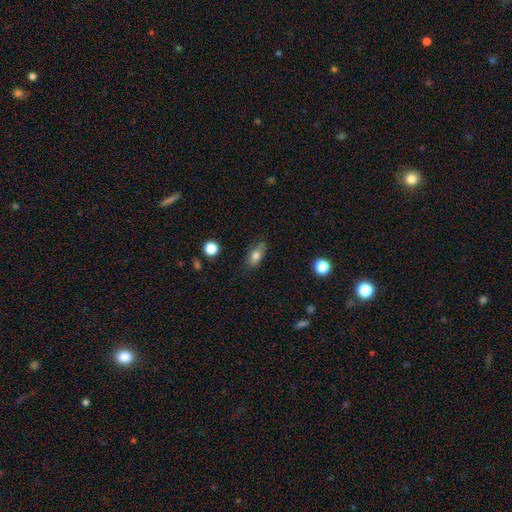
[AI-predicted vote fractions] A smooth galaxy with no disk features (75%) that is in between round and cigar-shaped (79%).

Vote fractions:
- Smooth or featured? smooth: 75% / featured or disk: 16% / star or artifact: 9%
- How rounded? in between: 79% / cigar-shaped: 14% / round: 7%
- Merging? none: 73% / minor disturbance: 21% / major disturbance: 5% / merger: 2%